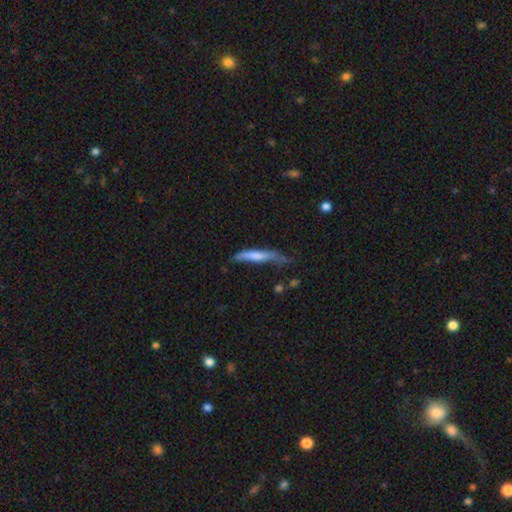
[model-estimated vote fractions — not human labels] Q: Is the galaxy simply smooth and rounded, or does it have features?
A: smooth — 63%.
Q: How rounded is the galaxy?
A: cigar-shaped — 90%.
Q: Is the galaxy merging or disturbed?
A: none — 44%.